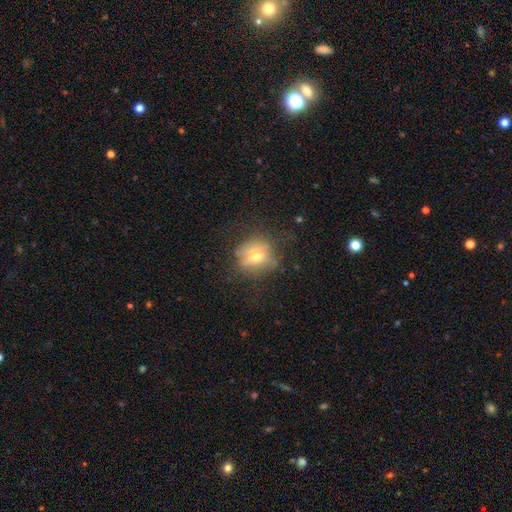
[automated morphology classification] Smooth or featured?
  - smooth: 55% *
  - featured or disk: 30%
  - star or artifact: 15%
How rounded?
  - round: 79% *
  - in between: 19%
  - cigar-shaped: 2%
Merging?
  - none: 68% *
  - minor disturbance: 20%
  - major disturbance: 10%
  - merger: 2%